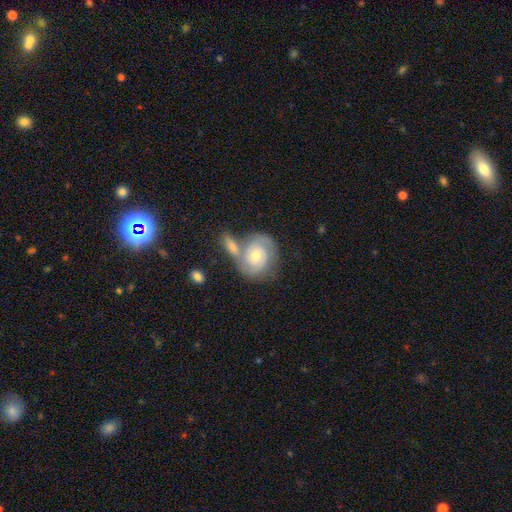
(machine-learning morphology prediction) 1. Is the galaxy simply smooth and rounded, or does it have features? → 72% featured or disk, 21% smooth, 6% star or artifact.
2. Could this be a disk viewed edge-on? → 97% no, 3% yes.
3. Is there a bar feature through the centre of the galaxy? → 74% no, 22% weak, 4% strong.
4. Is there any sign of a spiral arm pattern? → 91% yes, 9% no.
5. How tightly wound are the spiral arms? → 59% tight, 32% medium, 9% loose.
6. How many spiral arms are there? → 71% 2, 15% can't tell, 6% 3, 4% 1, 2% 4, 2% more than 4.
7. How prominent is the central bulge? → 51% moderate, 43% small, 3% large, 2% none, 1% dominant.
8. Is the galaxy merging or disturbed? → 44% none, 36% merger, 14% minor disturbance, 7% major disturbance.